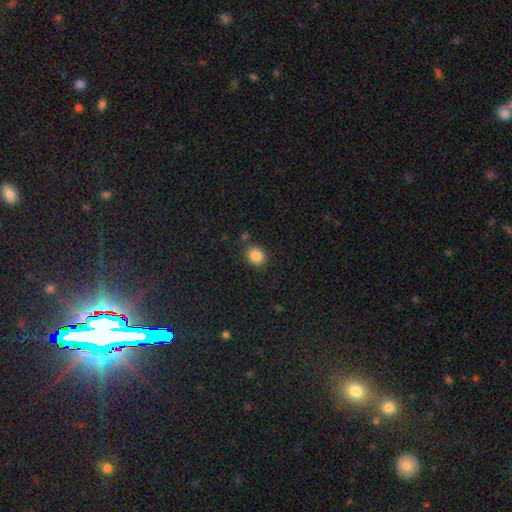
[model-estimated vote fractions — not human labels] This is clearly a smooth galaxy (85%). How rounded: likely round (63%). Merging: clearly none (83%).